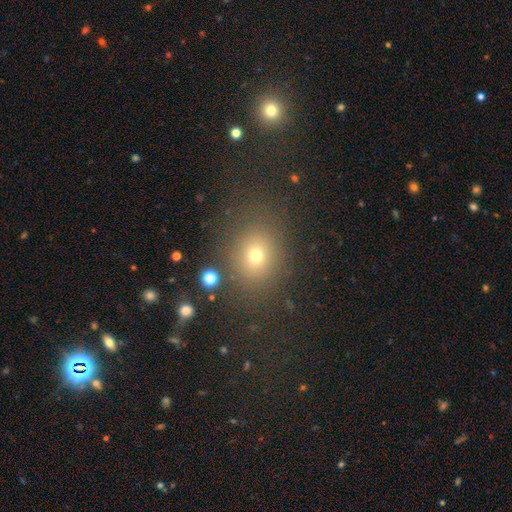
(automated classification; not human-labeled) Morphology: type=smooth (69%); roundness=round (62%); merging=none (81%).